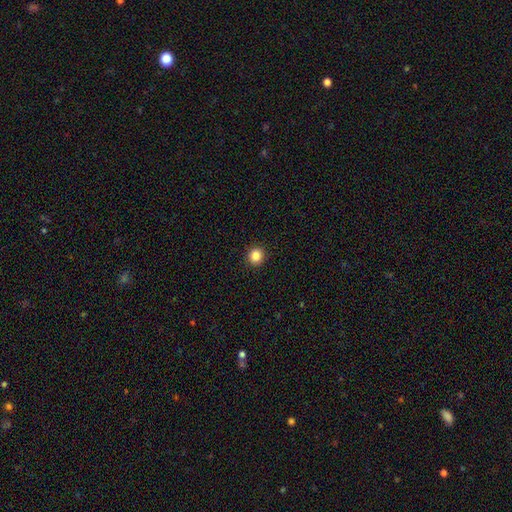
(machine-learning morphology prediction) This is clearly a smooth galaxy (85%). How rounded: clearly round (90%). Merging: clearly none (93%).